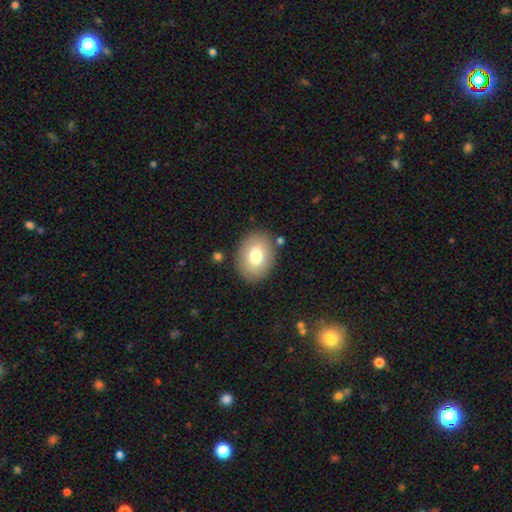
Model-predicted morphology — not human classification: smooth-or-featured: smooth: 76% | featured or disk: 15% | star or artifact: 9%
  how-rounded: in between: 63% | round: 36% | cigar-shaped: 1%
  merging: none: 85% | minor disturbance: 9% | major disturbance: 3% | merger: 3%